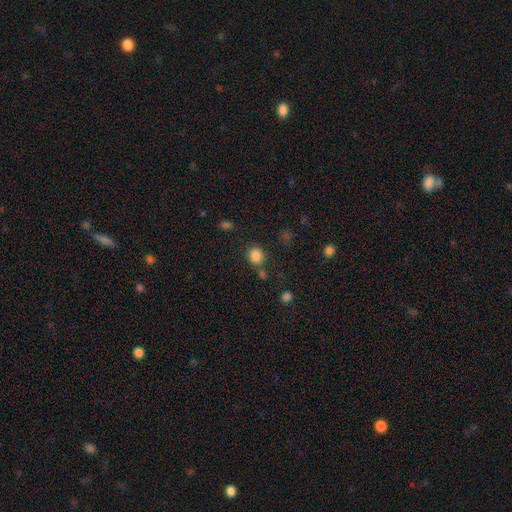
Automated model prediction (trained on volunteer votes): Morphology: type=smooth (85%); roundness=round (79%); merging=none (72%).